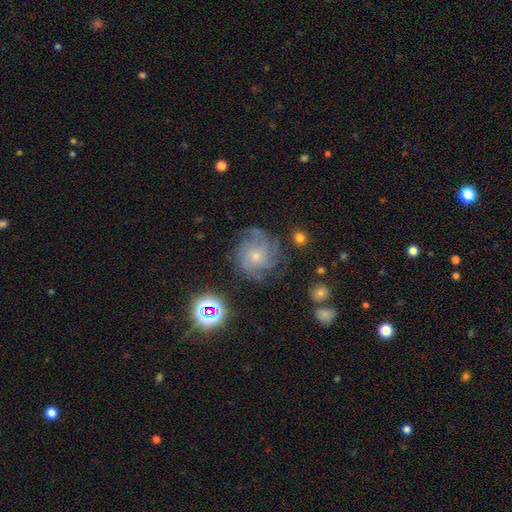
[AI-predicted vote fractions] Morphology: type=featured or disk (70%); edge-on=no (98%); bar=no (82%); spiral arms=yes (93%); winding=tight (56%); arm count=can't tell (31%); bulge=small (72%); merging=none (72%).